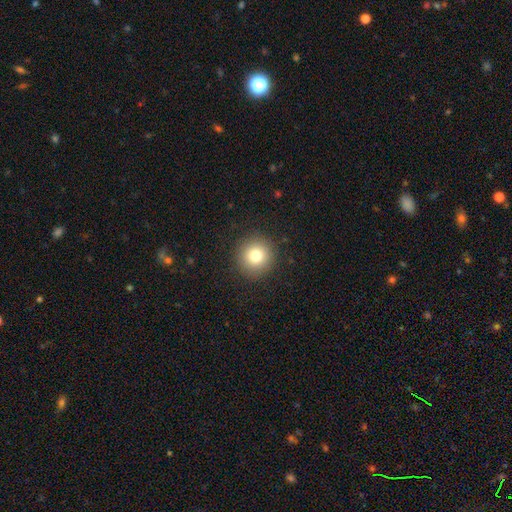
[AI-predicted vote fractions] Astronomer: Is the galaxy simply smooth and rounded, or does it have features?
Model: smooth — 79%.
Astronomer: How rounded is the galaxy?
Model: round — 95%.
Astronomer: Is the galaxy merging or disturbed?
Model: none — 91%.